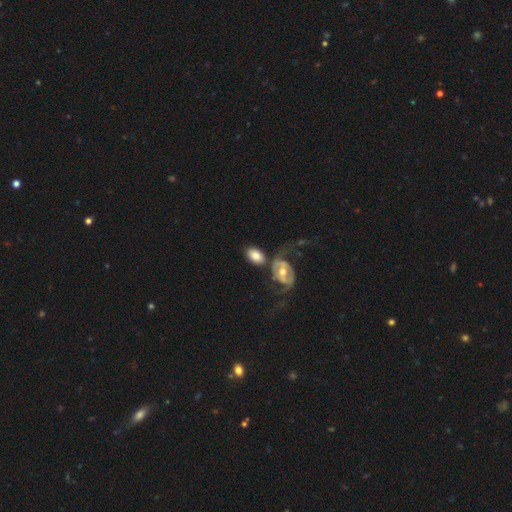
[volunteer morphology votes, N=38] type=smooth (61%); roundness=in between (91%); merging=none (42%).